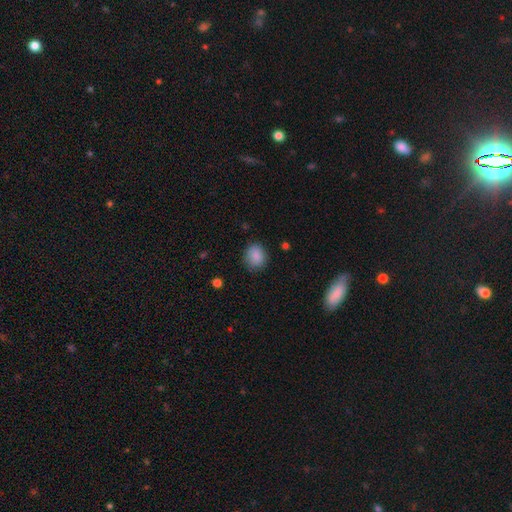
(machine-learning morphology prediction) Overall: smooth (87%). How rounded: round (67%; in between 32%). Merging: none (83%).